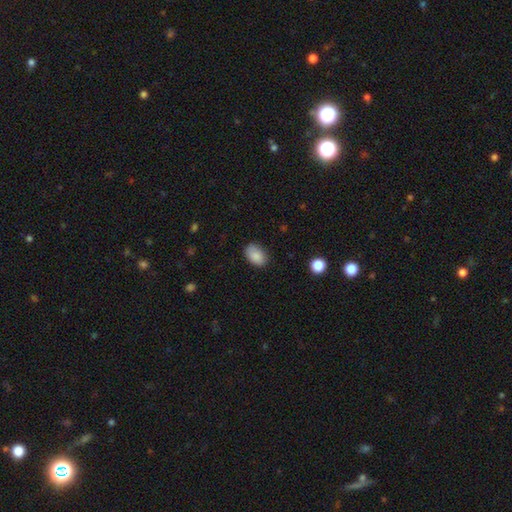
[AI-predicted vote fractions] smooth 87%, star or artifact 8%, featured or disk 5%. Down the decision tree: how rounded — in between (87%); merging — none (81%).